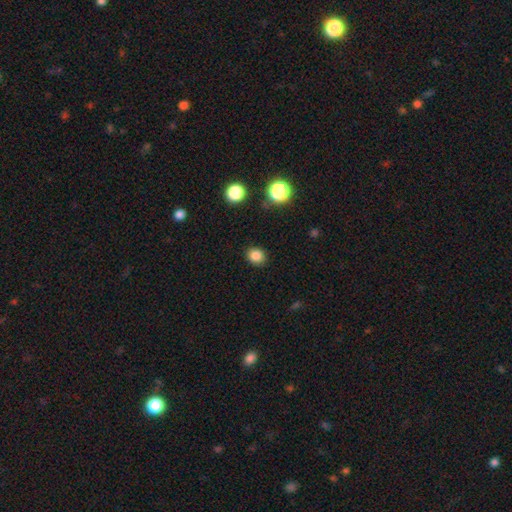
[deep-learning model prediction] smooth_or_featured: smooth (p=0.84) [alt: star or artifact p=0.12]
how_rounded: round (p=0.75) [alt: in between p=0.24]
merging: none (p=0.89) [alt: minor disturbance p=0.08]